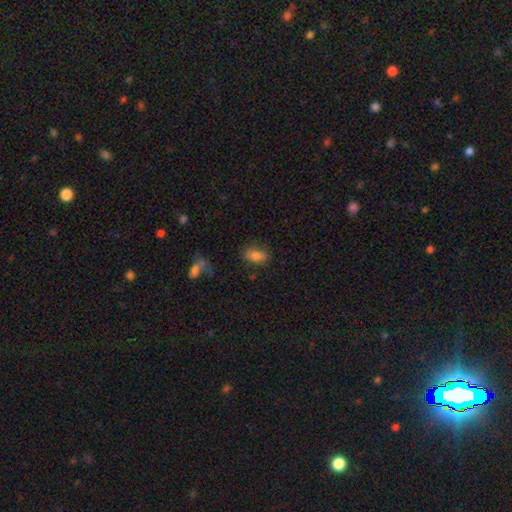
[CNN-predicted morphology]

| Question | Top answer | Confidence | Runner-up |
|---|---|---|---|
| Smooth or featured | smooth | 80% | featured or disk (10%) |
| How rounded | in between | 87% | round (8%) |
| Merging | none | 79% | minor disturbance (14%) |